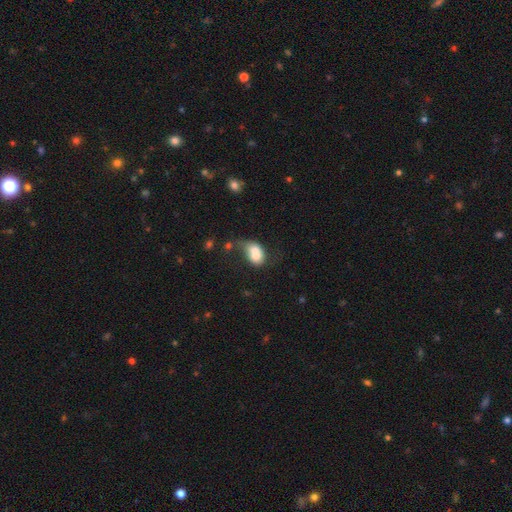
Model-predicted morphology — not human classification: A smooth galaxy with no disk features (68%) that is in between round and cigar-shaped (71%). Merging: merger (52%).